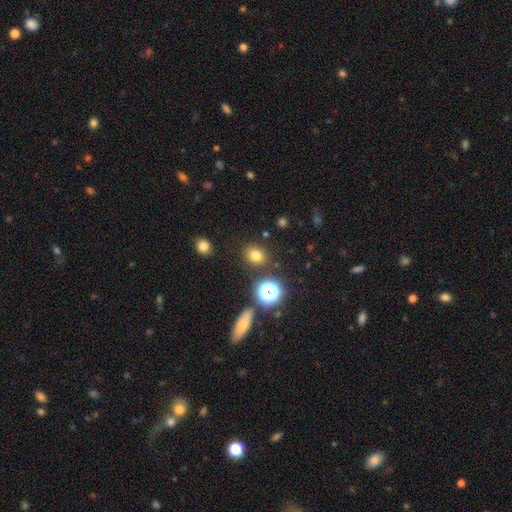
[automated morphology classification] This is likely a smooth galaxy (73%). How rounded: likely round (68%). Merging: clearly none (84%).